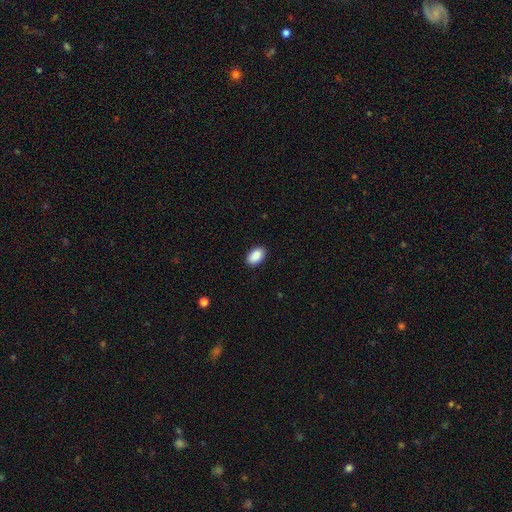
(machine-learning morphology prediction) smooth-or-featured: smooth: 90% | star or artifact: 7% | featured or disk: 3%
  how-rounded: in between: 92% | round: 7% | cigar-shaped: 1%
  merging: none: 89% | minor disturbance: 8% | major disturbance: 2% | merger: 1%